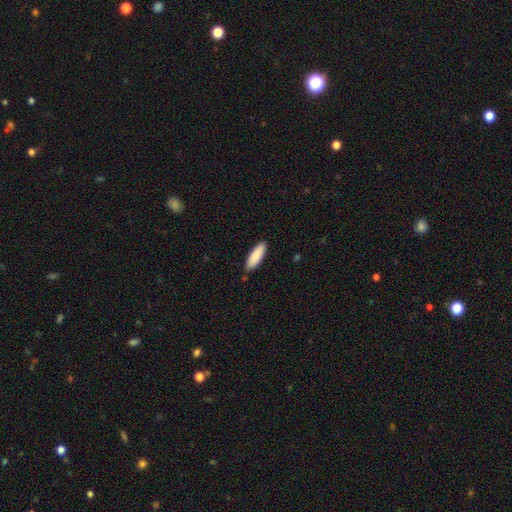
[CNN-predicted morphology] This appears to be a smooth galaxy with no disk features (88%) that is in between round and cigar-shaped (57%). Merging: none (87%).